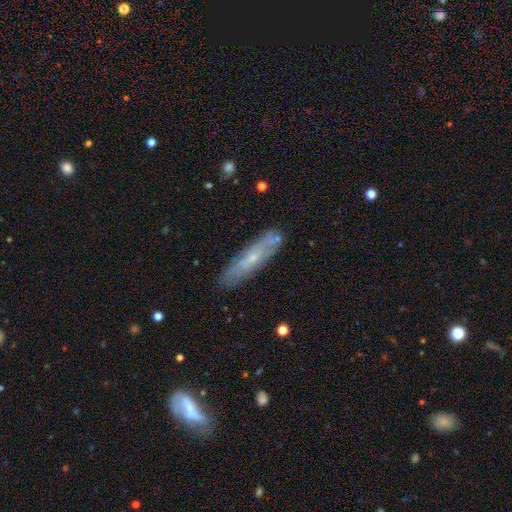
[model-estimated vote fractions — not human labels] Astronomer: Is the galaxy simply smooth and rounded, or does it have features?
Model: featured or disk — 49% (runner-up: smooth, 40%).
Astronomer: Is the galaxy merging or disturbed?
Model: none — 81%.